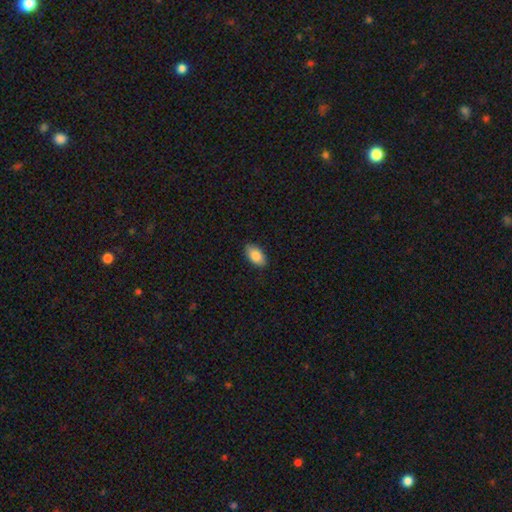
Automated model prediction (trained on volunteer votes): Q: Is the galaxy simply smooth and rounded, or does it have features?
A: smooth — 87%.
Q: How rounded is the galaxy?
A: in between — 94%.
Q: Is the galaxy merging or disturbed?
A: none — 87%.